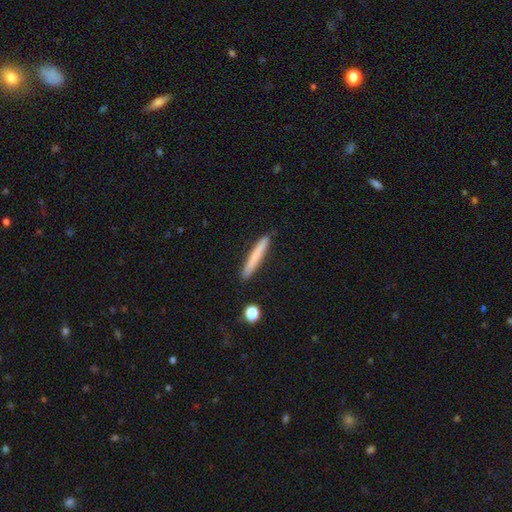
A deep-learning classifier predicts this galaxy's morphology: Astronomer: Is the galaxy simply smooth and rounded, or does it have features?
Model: smooth — 69%.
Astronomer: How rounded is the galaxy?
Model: cigar-shaped — 96%.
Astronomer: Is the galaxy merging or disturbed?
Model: none — 90%.